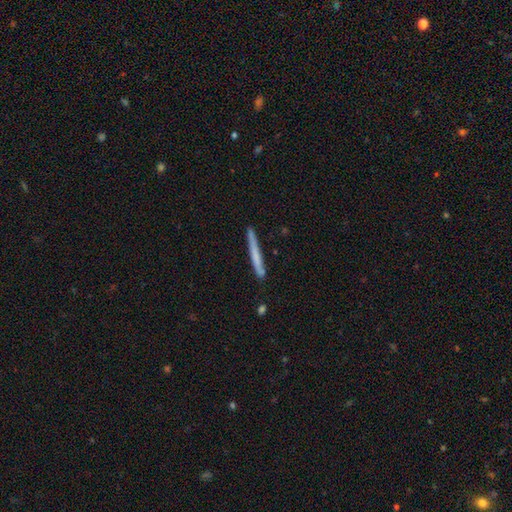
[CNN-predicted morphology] smooth-or-featured: smooth: 59% | featured or disk: 35% | star or artifact: 6%
  how-rounded: cigar-shaped: 97% | in between: 2% | round: 1%
  merging: none: 88% | minor disturbance: 9% | merger: 2% | major disturbance: 1%